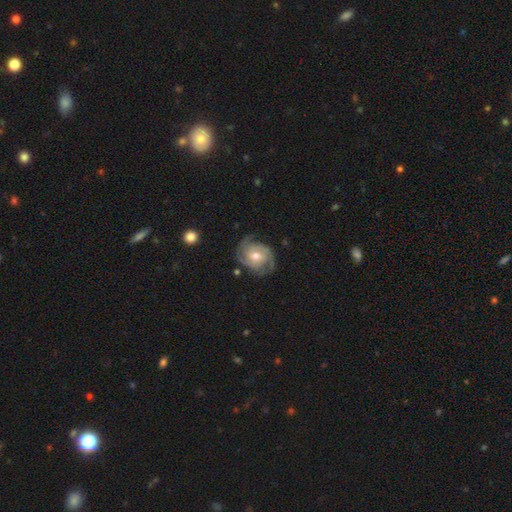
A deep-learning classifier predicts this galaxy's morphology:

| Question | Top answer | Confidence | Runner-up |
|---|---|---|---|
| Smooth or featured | featured or disk | 87% | smooth (8%) |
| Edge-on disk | no | 98% | yes (2%) |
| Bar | no | 61% | weak (31%) |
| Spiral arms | yes | 97% | no (3%) |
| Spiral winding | tight | 58% | medium (35%) |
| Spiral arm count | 3 | 43% | 2 (19%) |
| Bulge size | moderate | 66% | small (30%) |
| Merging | none | 74% | minor disturbance (18%) |